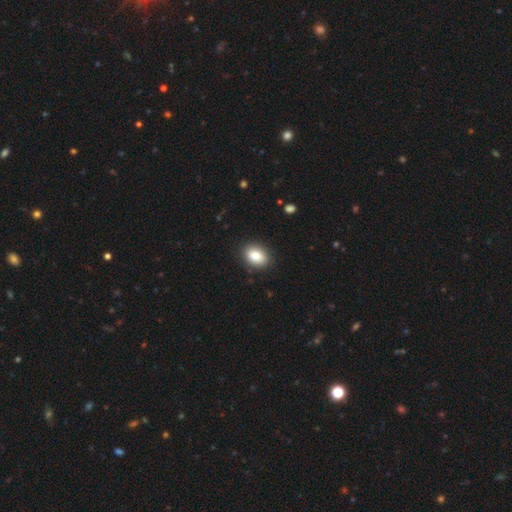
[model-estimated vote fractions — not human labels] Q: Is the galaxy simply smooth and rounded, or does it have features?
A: smooth — 80%.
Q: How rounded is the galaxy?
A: in between — 70%.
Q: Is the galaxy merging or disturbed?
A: none — 89%.